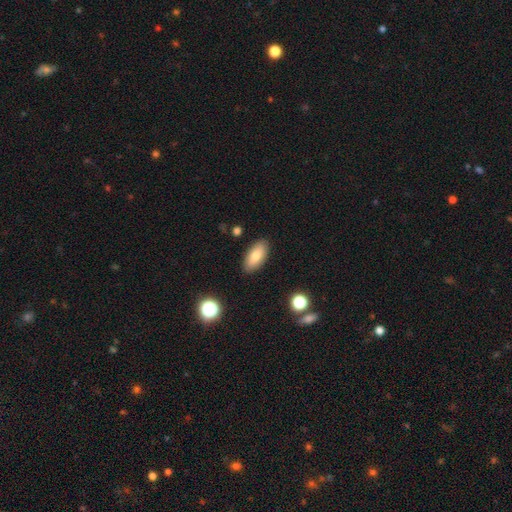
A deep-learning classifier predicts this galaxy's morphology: type=smooth (79%); roundness=in between (89%); merging=none (88%).